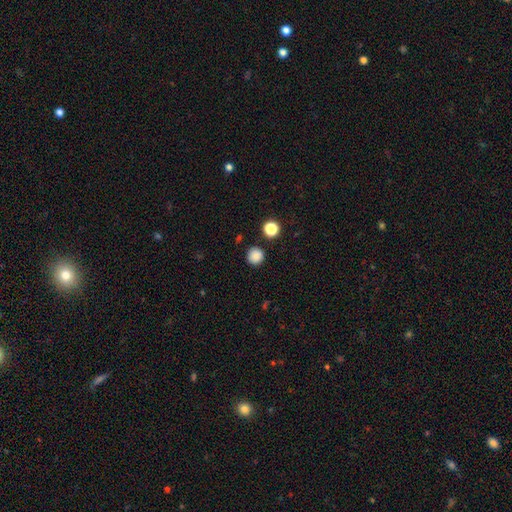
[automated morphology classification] smooth-or-featured: smooth: 85% | star or artifact: 11% | featured or disk: 4%
  how-rounded: round: 94% | in between: 5% | cigar-shaped: 1%
  merging: none: 88% | minor disturbance: 7% | merger: 3% | major disturbance: 2%